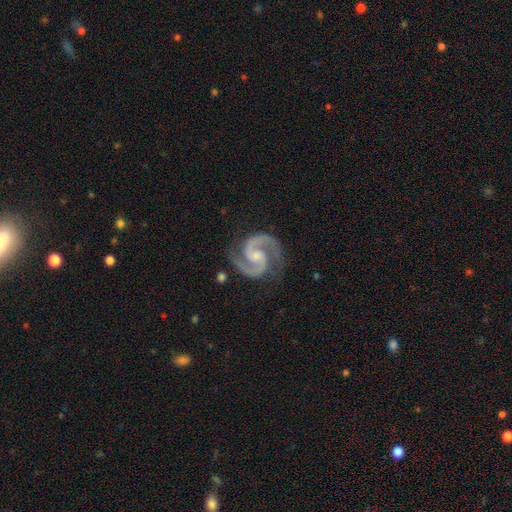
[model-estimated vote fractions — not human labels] Overall: featured or disk (95%). Edge-on disk: no (99%). Bar: no (49%; weak 40%). Spiral arms: yes (99%). Spiral arm count: 2 (95%). Spiral winding: medium (66%). Bulge size: small (45%; moderate 35%). Merging: none (81%).